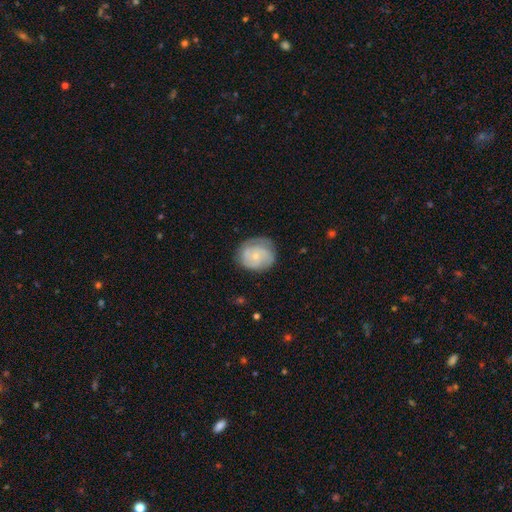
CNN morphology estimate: smooth-or-featured: featured or disk: 64% | smooth: 29% | star or artifact: 6%
  disk-edge-on: no: 98% | yes: 2%
    bar: no: 78% | weak: 19% | strong: 3%
    has-spiral-arms: yes: 87% | no: 13%
      spiral-winding: tight: 56% | medium: 34% | loose: 10%
      spiral-arm-count: 2: 36% | can't tell: 28% | 3: 23% | 1: 5% | 4: 4% | more than 4: 3%
    bulge-size: small: 71% | moderate: 24% | none: 3% | large: 1% | dominant: 1%
  merging: none: 70% | minor disturbance: 21% | major disturbance: 7% | merger: 1%